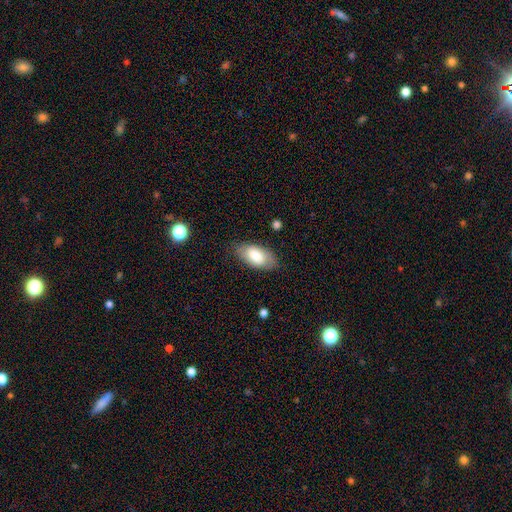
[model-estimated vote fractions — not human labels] This is likely a smooth galaxy (77%). How rounded: clearly in between (94%). Merging: likely none (79%).